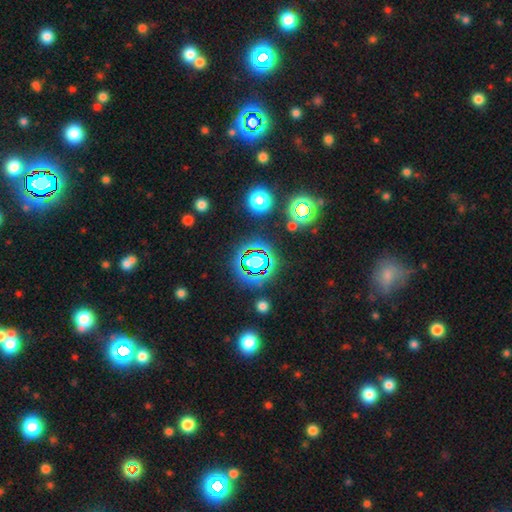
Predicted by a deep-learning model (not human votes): Q: Smooth or featured?
A: star or artifact (68%); runner-up: smooth (20%)